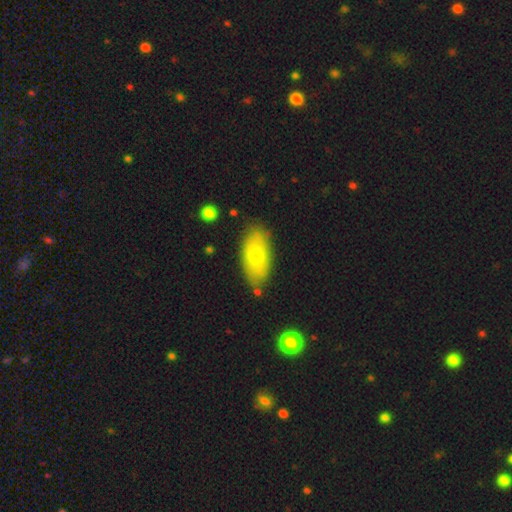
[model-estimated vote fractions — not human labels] Smooth or featured?
  - smooth: 67% *
  - featured or disk: 26%
  - star or artifact: 6%
How rounded?
  - in between: 91% *
  - cigar-shaped: 6%
  - round: 3%
Merging?
  - none: 78% *
  - minor disturbance: 16%
  - major disturbance: 3%
  - merger: 3%